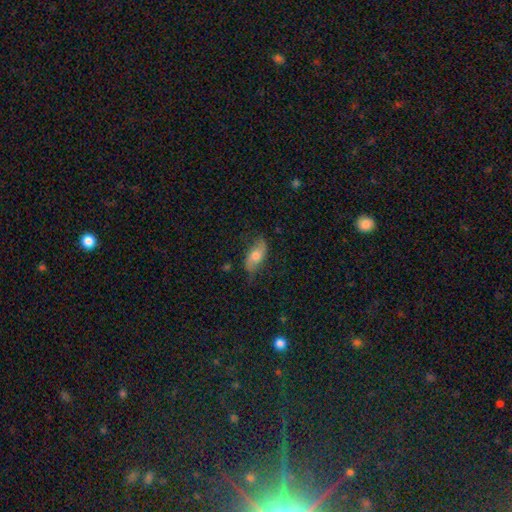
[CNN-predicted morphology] A smooth galaxy with no disk features (52%) that is in between round and cigar-shaped (83%).

Vote fractions:
- Smooth or featured? smooth: 52% / featured or disk: 40% / star or artifact: 8%
- How rounded? in between: 83% / cigar-shaped: 12% / round: 5%
- Merging? none: 70% / minor disturbance: 22% / major disturbance: 7% / merger: 1%